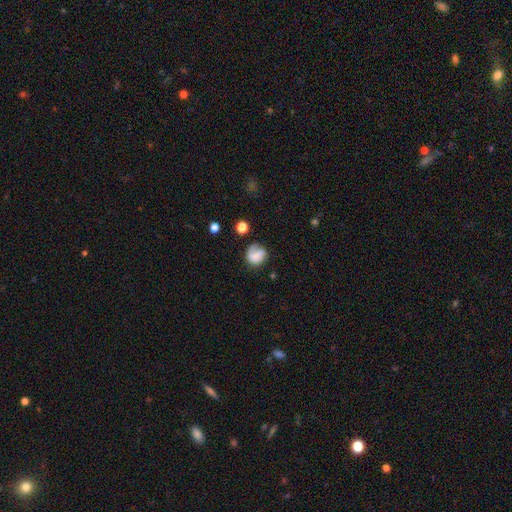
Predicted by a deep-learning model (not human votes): Smooth or featured? Predicted: smooth (p=0.58). How rounded? Predicted: round (p=0.71). Merging? Predicted: none (p=0.52).